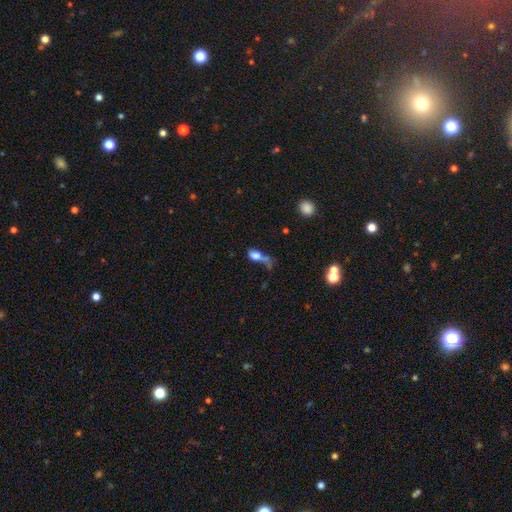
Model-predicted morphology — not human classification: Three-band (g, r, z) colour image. It shows a smooth galaxy with no disk features (71%) that is in between round and cigar-shaped (70%). Merging: merger (34%).